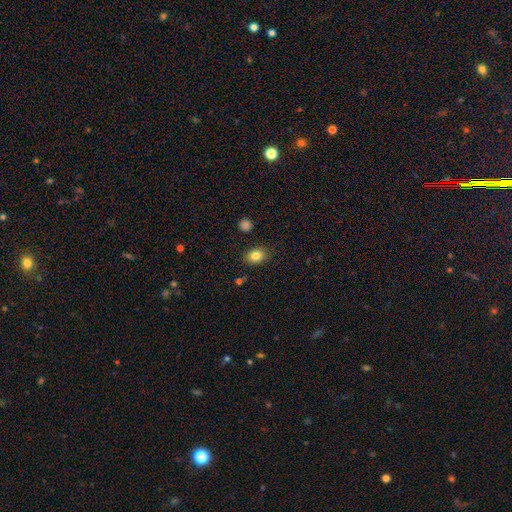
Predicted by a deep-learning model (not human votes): Smooth or featured? Predicted: smooth (p=0.84). How rounded? Predicted: in between (p=0.63). Merging? Predicted: none (p=0.85).